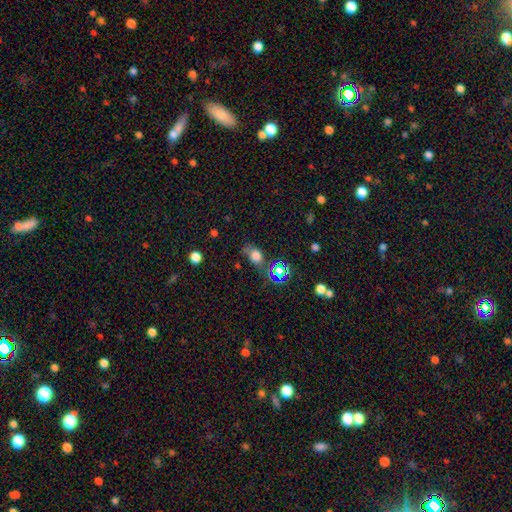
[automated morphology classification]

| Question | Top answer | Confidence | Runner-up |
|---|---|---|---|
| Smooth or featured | smooth | 69% | star or artifact (21%) |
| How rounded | in between | 61% | round (36%) |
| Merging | none | 57% | minor disturbance (24%) |